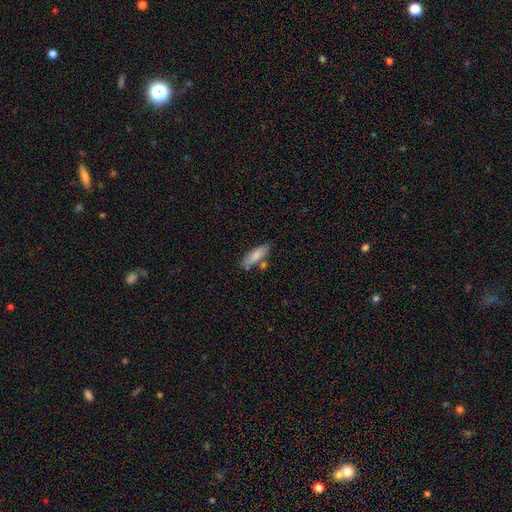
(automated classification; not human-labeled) A smooth galaxy with no disk features (82%) that is in between round and cigar-shaped (56%). Merging: none (72%).